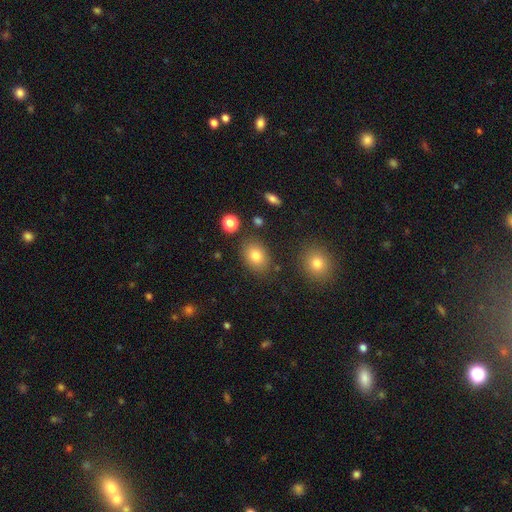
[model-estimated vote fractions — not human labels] Smooth or featured? Predicted: smooth (p=0.79). How rounded? Predicted: in between (p=0.65). Merging? Predicted: none (p=0.81).